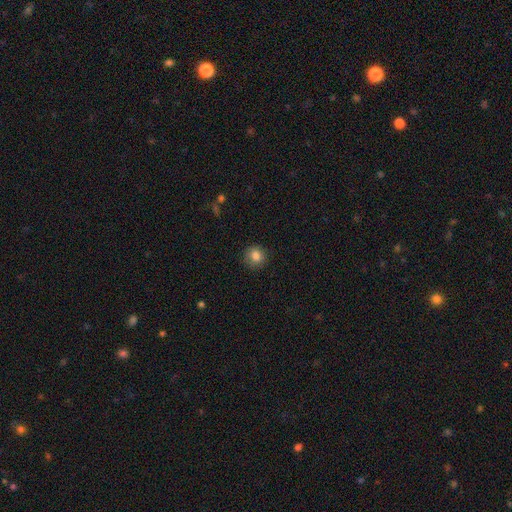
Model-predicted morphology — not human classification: Smooth or featured? smooth (84%)
How rounded? round (86%)
Merging? none (86%)